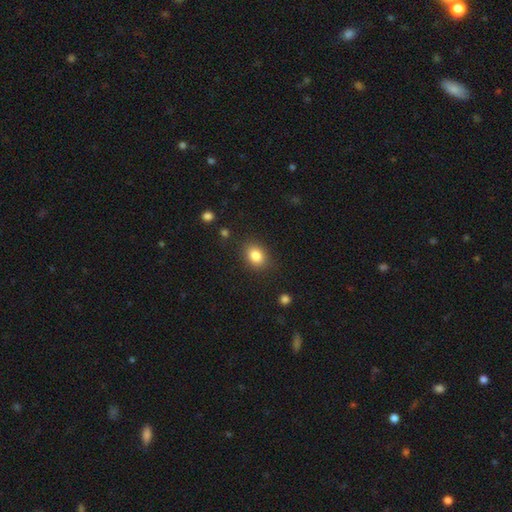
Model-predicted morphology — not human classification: Q: Smooth or featured?
A: smooth (83%); runner-up: star or artifact (10%)
Q: How rounded?
A: in between (58%); runner-up: round (41%)
Q: Merging?
A: none (85%); runner-up: minor disturbance (10%)